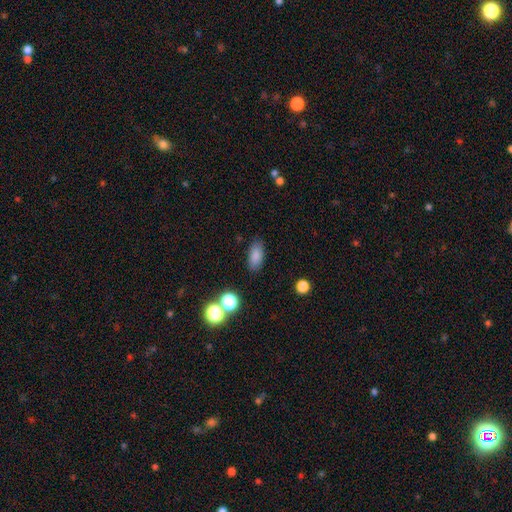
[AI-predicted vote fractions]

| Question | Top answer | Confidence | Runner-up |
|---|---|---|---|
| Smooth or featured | smooth | 84% | star or artifact (10%) |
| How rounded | in between | 87% | cigar-shaped (8%) |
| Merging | none | 84% | minor disturbance (10%) |